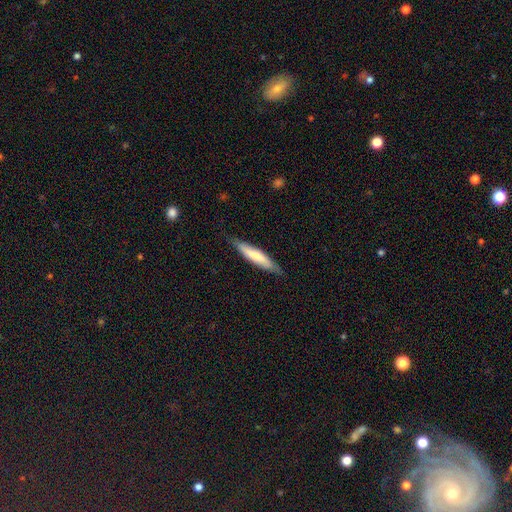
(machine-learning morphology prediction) smooth 66%, featured or disk 29%, star or artifact 5%. Down the decision tree: how rounded — cigar-shaped (85%); merging — none (78%).